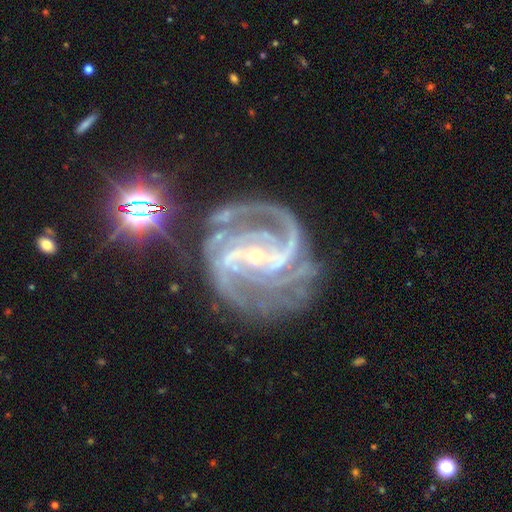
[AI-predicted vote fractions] Morphology: type=featured or disk (92%); edge-on=no (98%); bar=strong (45%); spiral arms=yes (99%); winding=medium (50%); arm count=3 (34%); bulge=small (77%); merging=none (65%).